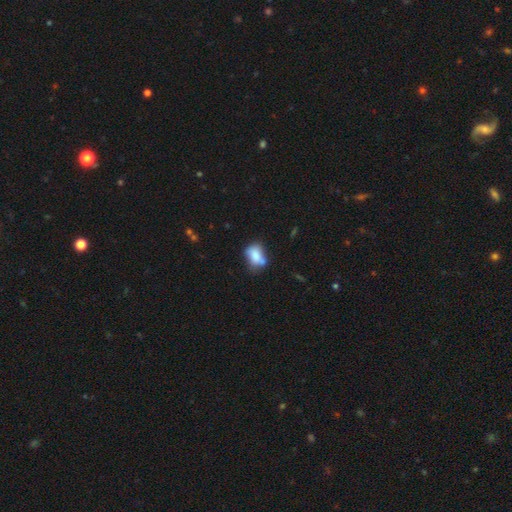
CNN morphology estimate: smooth 75%, featured or disk 16%, star or artifact 9%. Down the decision tree: how rounded — in between (70%); merging — none (42%).